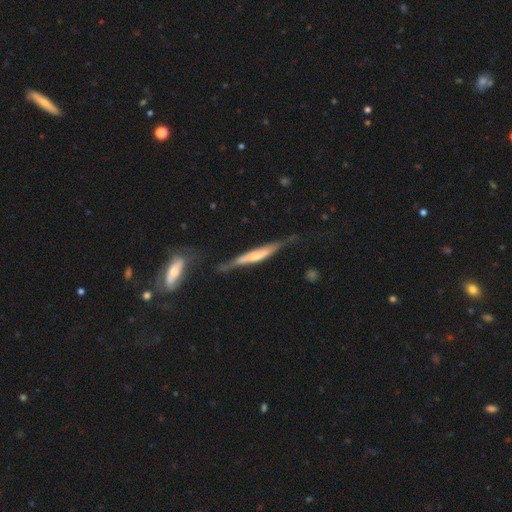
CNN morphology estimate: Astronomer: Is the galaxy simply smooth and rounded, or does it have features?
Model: featured or disk — 63%.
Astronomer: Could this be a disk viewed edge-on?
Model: yes — 87%.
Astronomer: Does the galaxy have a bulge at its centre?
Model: rounded — 38% (runner-up: boxy, 35%).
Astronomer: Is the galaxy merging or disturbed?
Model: none — 56%.